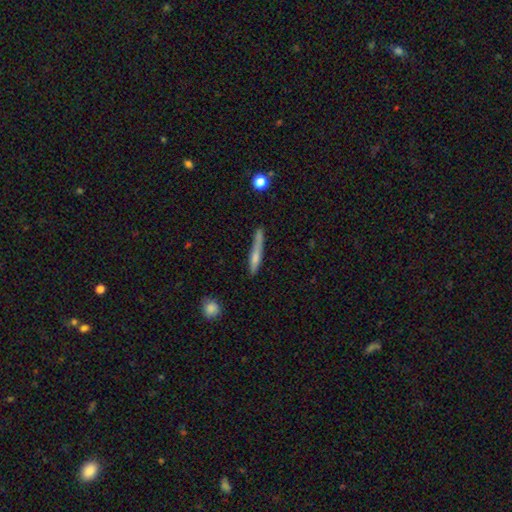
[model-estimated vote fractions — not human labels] Overall: smooth (63%; featured or disk 30%). How rounded: cigar-shaped (92%). Merging: none (65%).